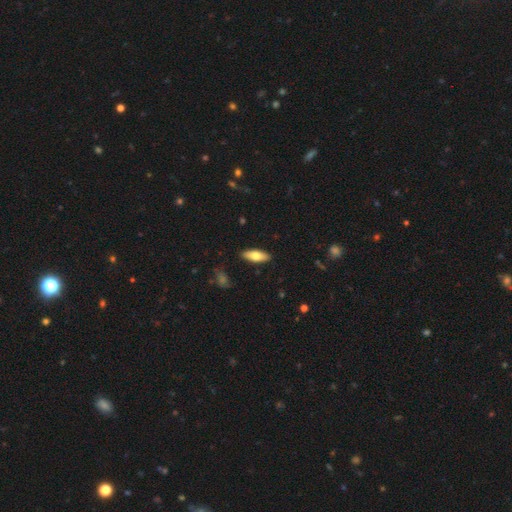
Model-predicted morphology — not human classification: Q: Smooth or featured?
A: smooth (71%); runner-up: featured or disk (23%)
Q: How rounded?
A: in between (68%); runner-up: cigar-shaped (29%)
Q: Merging?
A: none (89%); runner-up: minor disturbance (8%)